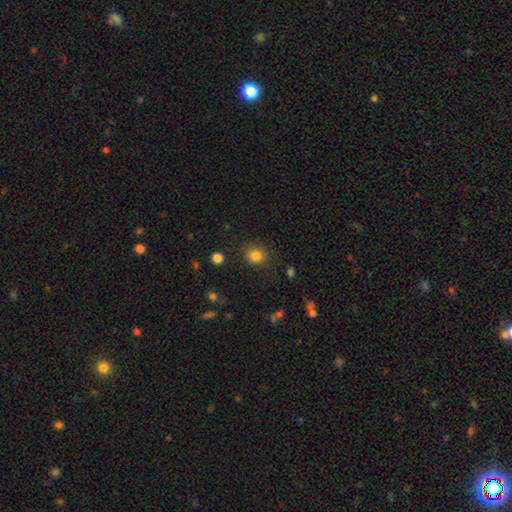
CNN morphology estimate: Smooth or featured?
  - smooth: 83% *
  - star or artifact: 12%
  - featured or disk: 5%
How rounded?
  - round: 81% *
  - in between: 18%
  - cigar-shaped: 1%
Merging?
  - none: 85% *
  - minor disturbance: 10%
  - major disturbance: 3%
  - merger: 2%